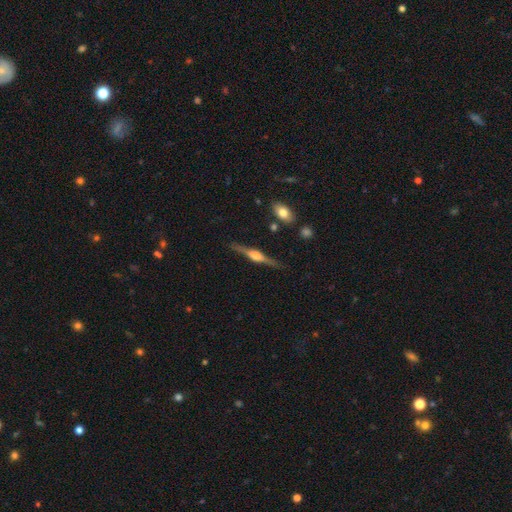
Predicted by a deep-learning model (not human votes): Smooth or featured? Predicted: featured or disk (p=0.83). Edge-on disk? Predicted: yes (p=0.98). Edge-on bulge? Predicted: rounded (p=0.86). Merging? Predicted: none (p=0.87).